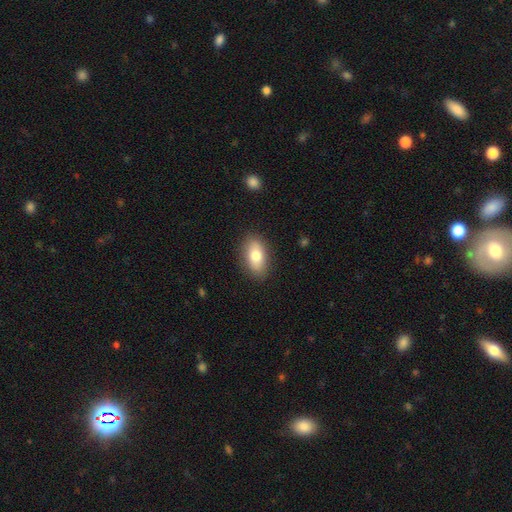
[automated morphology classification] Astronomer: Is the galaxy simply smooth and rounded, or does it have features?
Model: smooth — 77%.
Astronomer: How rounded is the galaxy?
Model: in between — 90%.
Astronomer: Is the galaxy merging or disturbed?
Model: none — 87%.